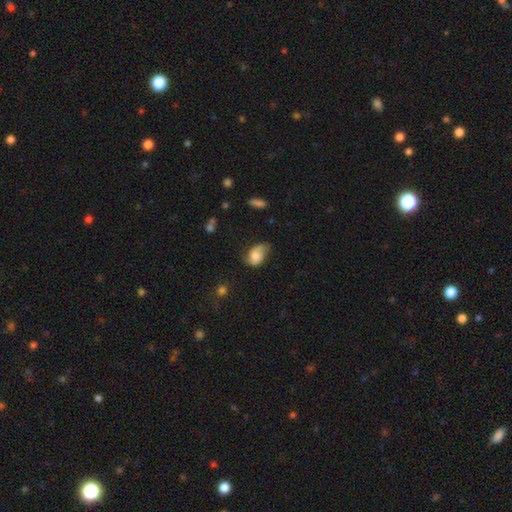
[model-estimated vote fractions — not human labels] Smooth or featured: smooth — 64% (featured or disk — 28%)
How rounded: in between — 81% (round — 17%)
Merging: minor disturbance — 40% (none — 39%)